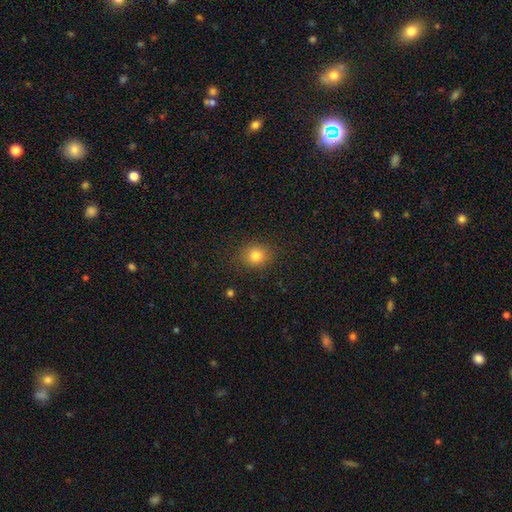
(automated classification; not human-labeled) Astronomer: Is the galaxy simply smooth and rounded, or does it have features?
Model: smooth — 81%.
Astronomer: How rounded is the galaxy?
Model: round — 72%.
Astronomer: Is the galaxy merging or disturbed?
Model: none — 87%.